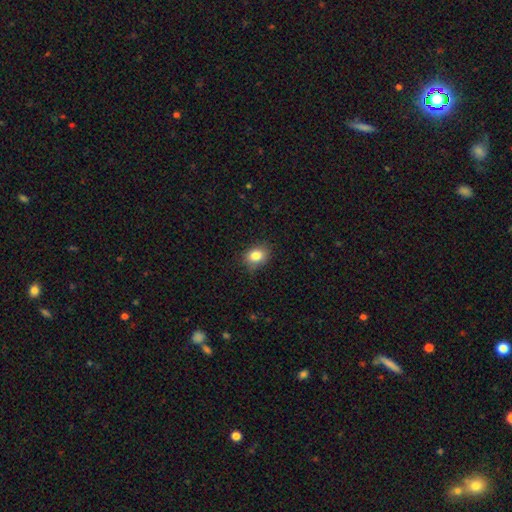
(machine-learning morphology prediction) Smooth or featured? Predicted: smooth (p=0.84). How rounded? Predicted: in between (p=0.58). Merging? Predicted: none (p=0.78).